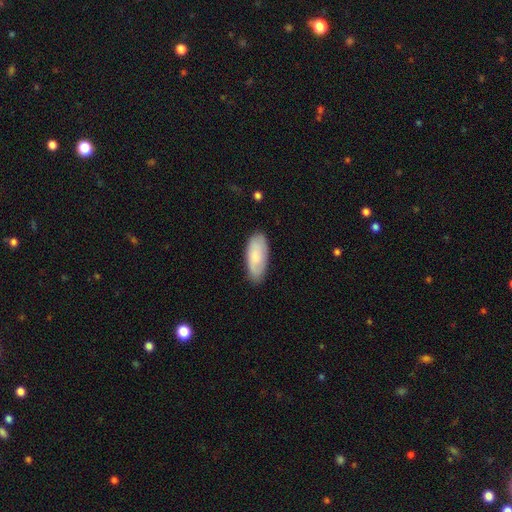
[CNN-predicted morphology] This appears to be a smooth galaxy with no disk features (79%) that is in between round and cigar-shaped (84%). Merging: none (81%).